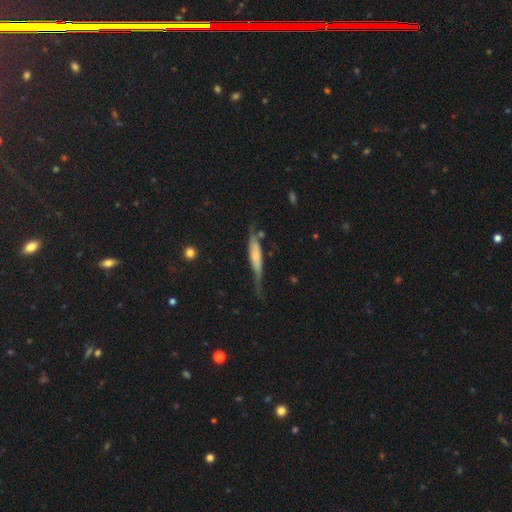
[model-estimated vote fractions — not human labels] Smooth or featured? featured or disk (51%)
Edge-on disk? yes (74%)
Merging? none (45%)